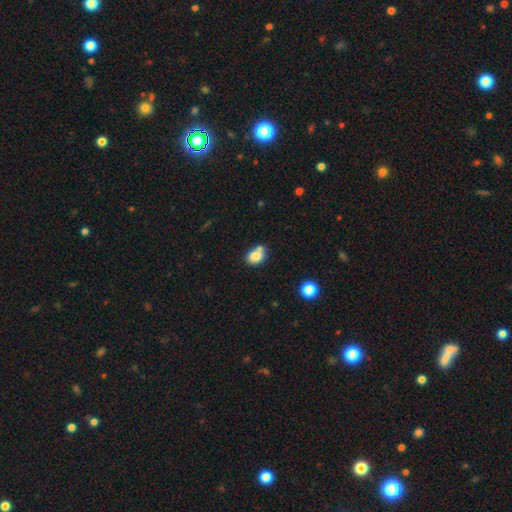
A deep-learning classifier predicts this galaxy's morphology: A smooth galaxy with no disk features (81%) that is in between round and cigar-shaped (55%). Merging: none (54%).